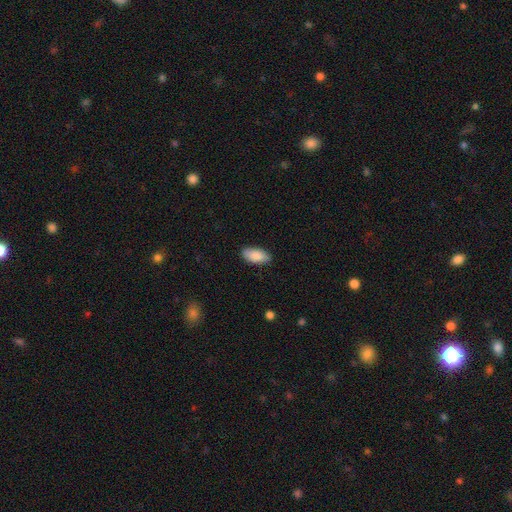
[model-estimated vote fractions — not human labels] The model was most divided on "merging": none: 86%, minor disturbance: 11%, major disturbance: 2%, merger: 1%. More confident: how rounded — in between (91%); smooth or featured — smooth (88%).